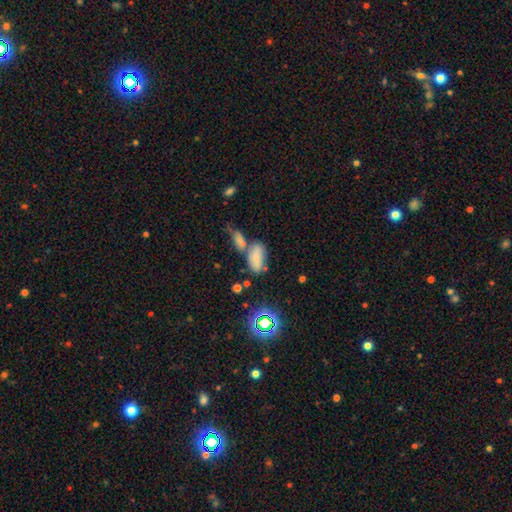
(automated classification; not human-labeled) Smooth or featured? smooth (73%)
How rounded? in between (91%)
Merging? none (43%)